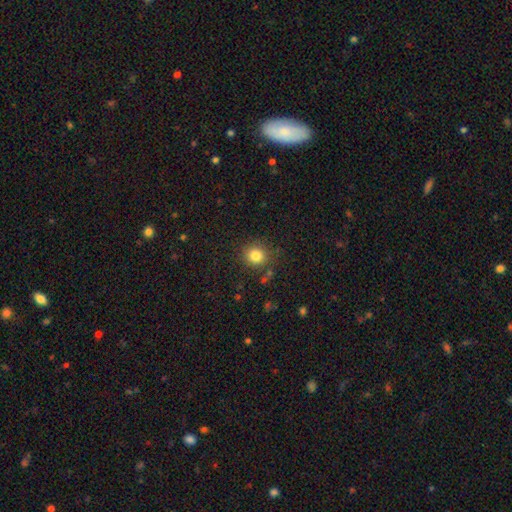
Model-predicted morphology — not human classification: Smooth or featured?
  - smooth: 82% *
  - star or artifact: 12%
  - featured or disk: 6%
How rounded?
  - round: 84% *
  - in between: 16%
  - cigar-shaped: 1%
Merging?
  - none: 84% *
  - minor disturbance: 10%
  - major disturbance: 3%
  - merger: 3%